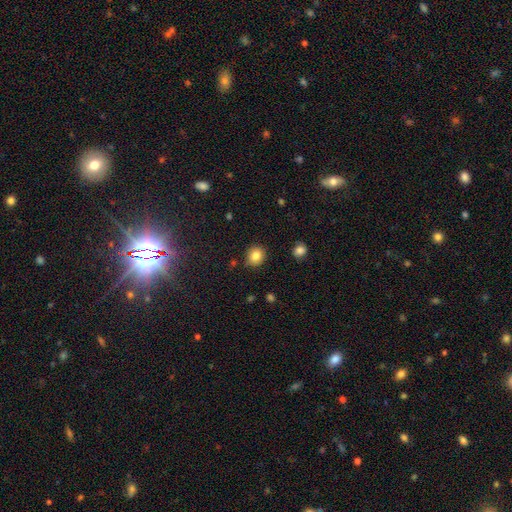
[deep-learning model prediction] smooth_or_featured: smooth (p=0.83) [alt: star or artifact p=0.11]
how_rounded: round (p=0.75) [alt: in between p=0.24]
merging: none (p=0.84) [alt: minor disturbance p=0.12]